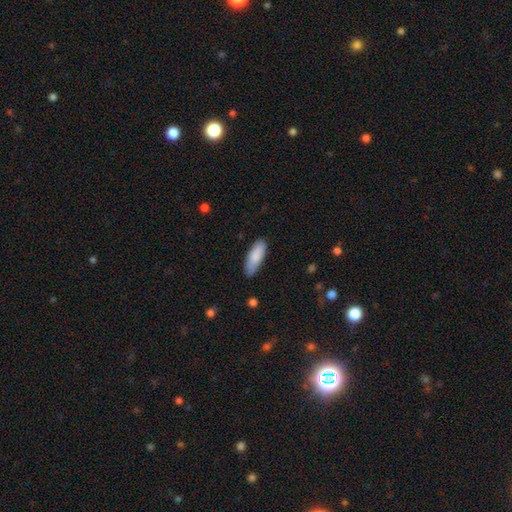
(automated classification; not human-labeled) Smooth or featured: smooth — 86% (featured or disk — 9%)
How rounded: in between — 64% (cigar-shaped — 34%)
Merging: none — 82% (minor disturbance — 15%)